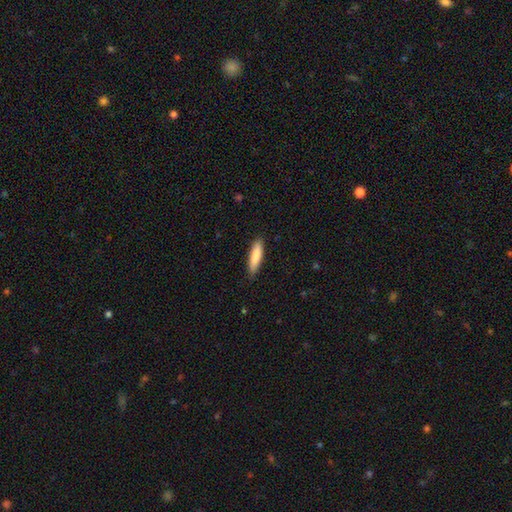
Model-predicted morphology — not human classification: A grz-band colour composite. It shows a smooth galaxy with no disk features (85%) that is cigar-shaped (73%). Merging: none (84%).